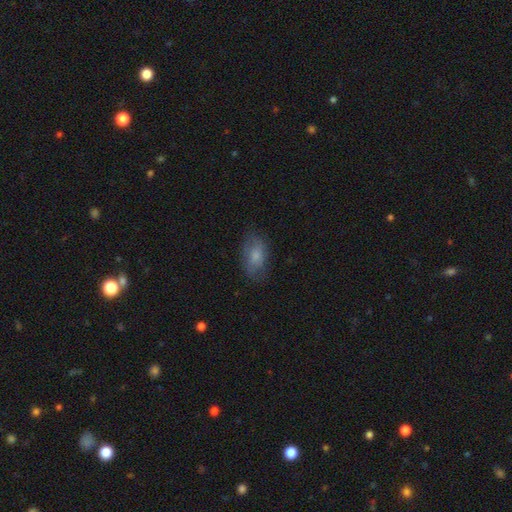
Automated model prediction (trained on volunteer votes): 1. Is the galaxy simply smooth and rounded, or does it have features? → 73% smooth, 19% featured or disk, 8% star or artifact.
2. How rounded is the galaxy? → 91% in between, 6% round, 3% cigar-shaped.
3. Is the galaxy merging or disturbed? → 70% none, 21% minor disturbance, 8% major disturbance, 1% merger.